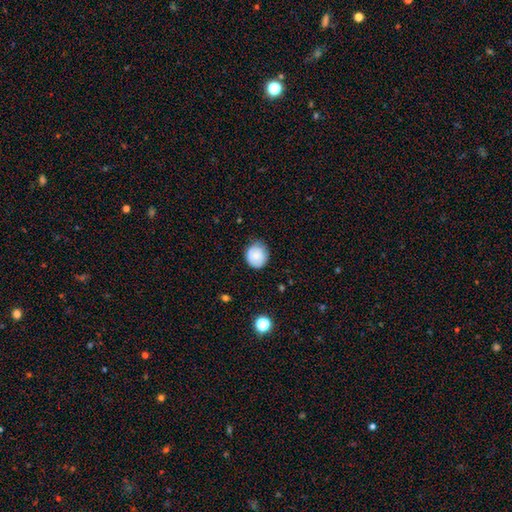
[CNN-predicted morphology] smooth 74%, featured or disk 18%, star or artifact 8%. Down the decision tree: how rounded — round (72%); merging — none (74%).